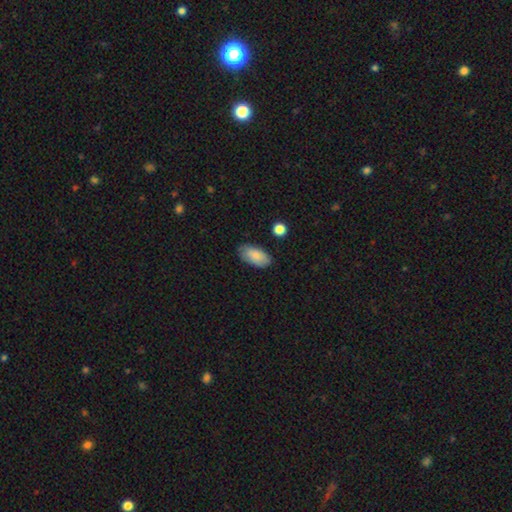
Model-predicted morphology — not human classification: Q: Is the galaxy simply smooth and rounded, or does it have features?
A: smooth — 84%.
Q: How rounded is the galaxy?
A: in between — 94%.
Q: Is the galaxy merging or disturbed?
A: none — 80%.